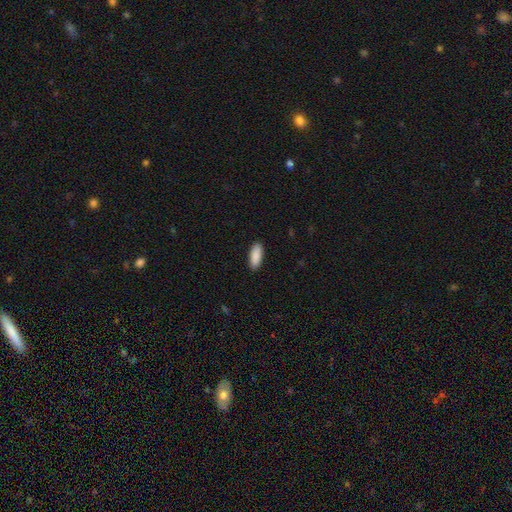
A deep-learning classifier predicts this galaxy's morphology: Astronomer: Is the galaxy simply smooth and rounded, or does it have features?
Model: smooth — 91%.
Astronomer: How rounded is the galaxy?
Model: in between — 75%.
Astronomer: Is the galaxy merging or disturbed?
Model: none — 90%.